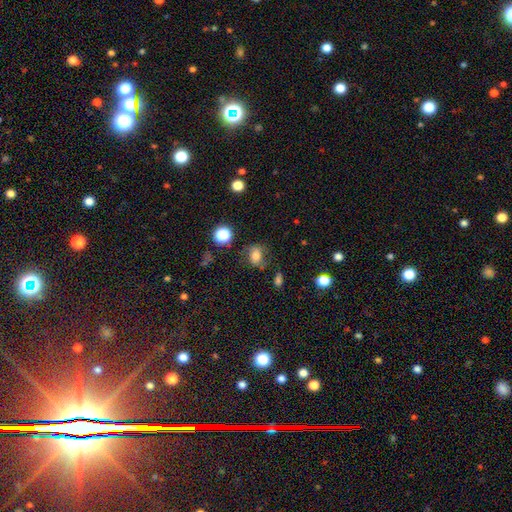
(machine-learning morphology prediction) Smooth or featured?
  - smooth: 62% *
  - featured or disk: 23%
  - star or artifact: 15%
How rounded?
  - in between: 54% *
  - round: 45%
  - cigar-shaped: 2%
Merging?
  - none: 61% *
  - minor disturbance: 23%
  - major disturbance: 12%
  - merger: 4%